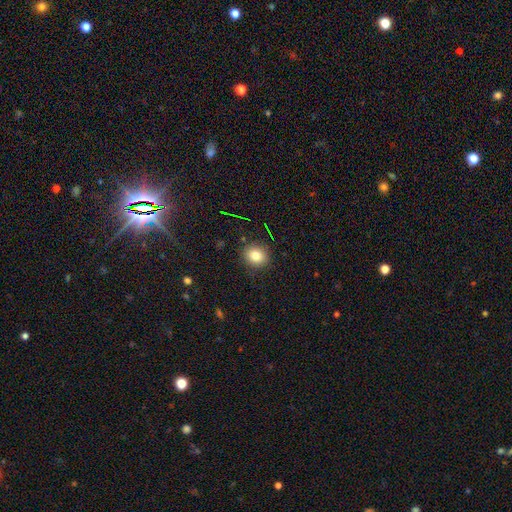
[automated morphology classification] smooth_or_featured: smooth (p=0.81) [alt: star or artifact p=0.12]
how_rounded: round (p=0.69) [alt: in between p=0.30]
merging: none (p=0.87) [alt: minor disturbance p=0.09]